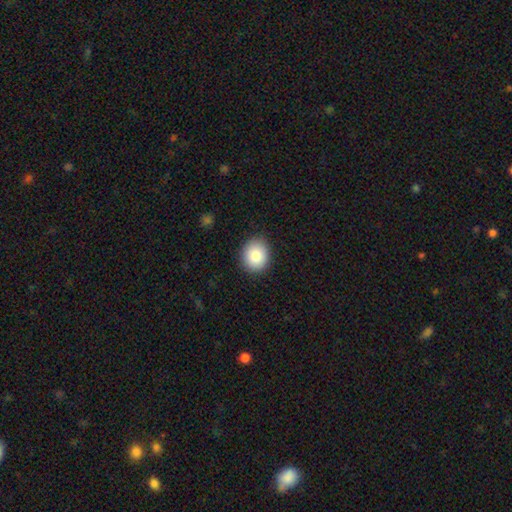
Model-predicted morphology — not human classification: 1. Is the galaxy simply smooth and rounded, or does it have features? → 86% smooth, 8% star or artifact, 6% featured or disk.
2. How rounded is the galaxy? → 67% round, 33% in between, 1% cigar-shaped.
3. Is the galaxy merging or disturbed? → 88% none, 9% minor disturbance, 2% major disturbance, 1% merger.